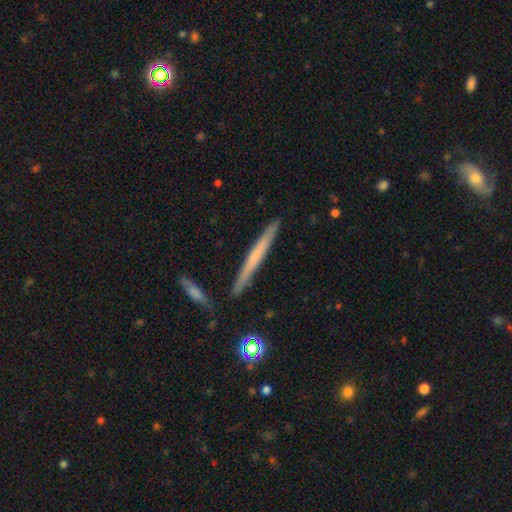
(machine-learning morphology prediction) This appears to be a featured or disk galaxy (48%). Merging: none (88%).